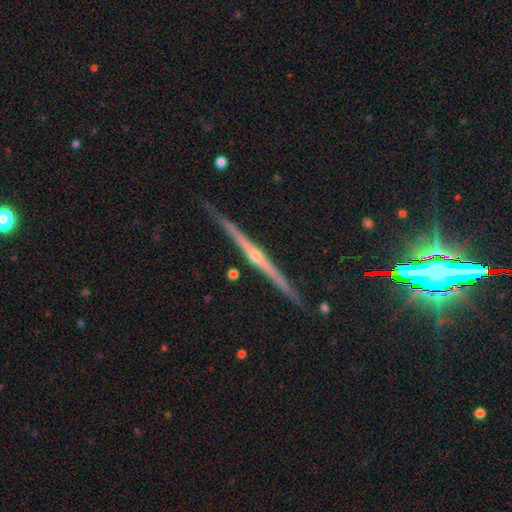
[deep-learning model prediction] A featured or disk galaxy (83%) viewed edge-on (98%) with a rounded central bulge (75%).

Vote fractions:
- Smooth or featured? featured or disk: 83% / star or artifact: 9% / smooth: 8%
- Edge-on disk? yes: 98% / no: 2%
- Edge-on bulge? rounded: 75% / none: 19% / boxy: 6%
- Merging? none: 88% / minor disturbance: 9% / major disturbance: 2% / merger: 1%